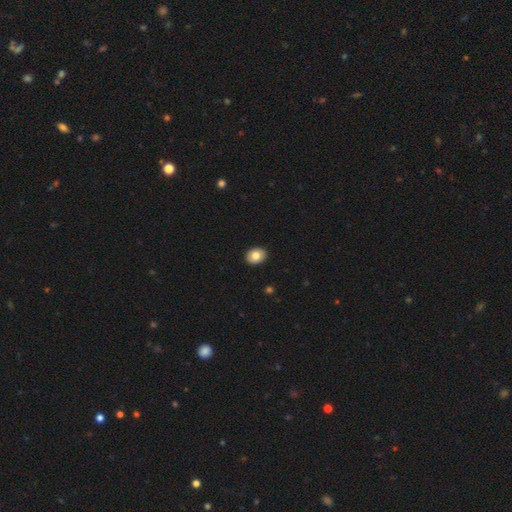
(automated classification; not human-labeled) Overall: smooth (80%). How rounded: in between (56%; round 44%). Merging: none (91%).